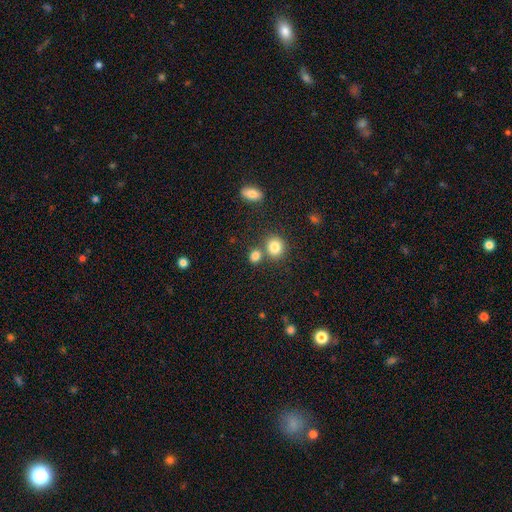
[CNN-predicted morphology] smooth_or_featured: smooth (p=0.82) [alt: star or artifact p=0.12]
how_rounded: round (p=0.68) [alt: in between p=0.30]
merging: none (p=0.61) [alt: merger p=0.27]